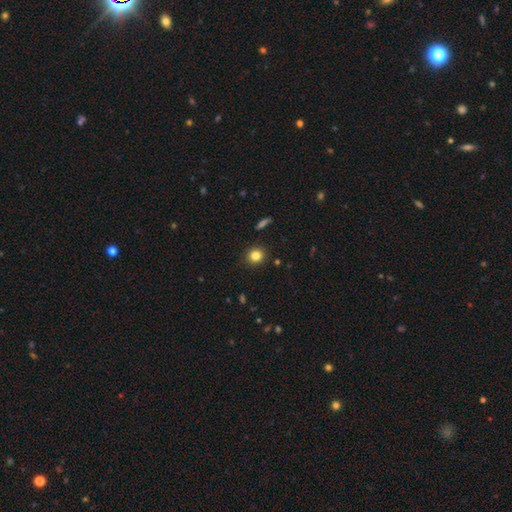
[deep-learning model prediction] Overall: smooth (83%). How rounded: round (84%). Merging: none (90%).